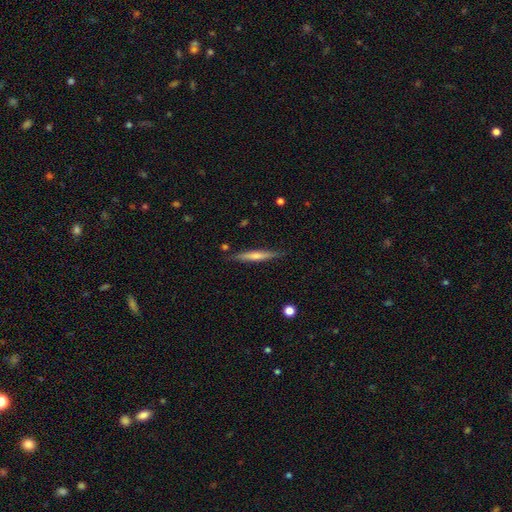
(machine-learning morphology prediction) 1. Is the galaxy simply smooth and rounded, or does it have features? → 49% featured or disk, 45% smooth, 6% star or artifact.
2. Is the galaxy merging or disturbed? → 87% none, 10% minor disturbance, 2% merger, 2% major disturbance.